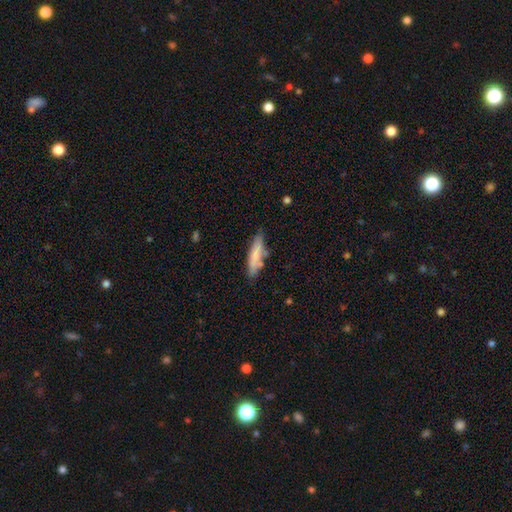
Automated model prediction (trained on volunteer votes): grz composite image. It shows a smooth galaxy with no disk features (74%) that is cigar-shaped (72%). Merging: none (71%).